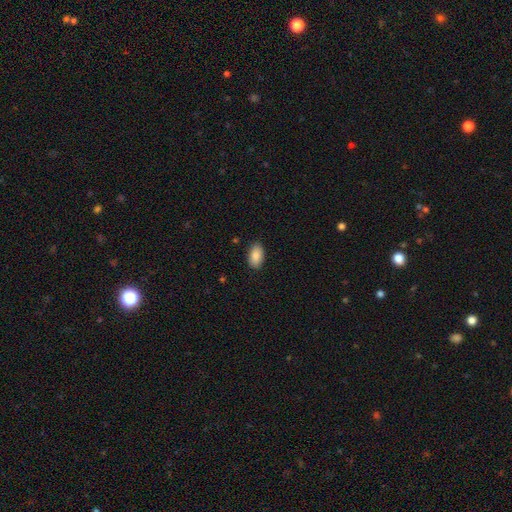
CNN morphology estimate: Overall: smooth (88%). How rounded: in between (94%). Merging: none (87%).